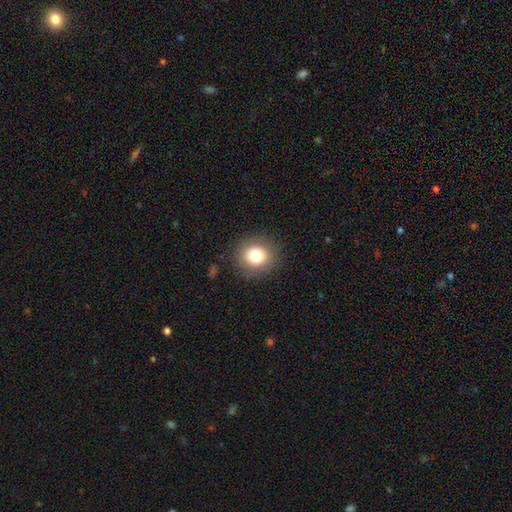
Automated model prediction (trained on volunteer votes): This appears to be a smooth galaxy with no disk features (78%) that is round (86%). Merging: none (88%).